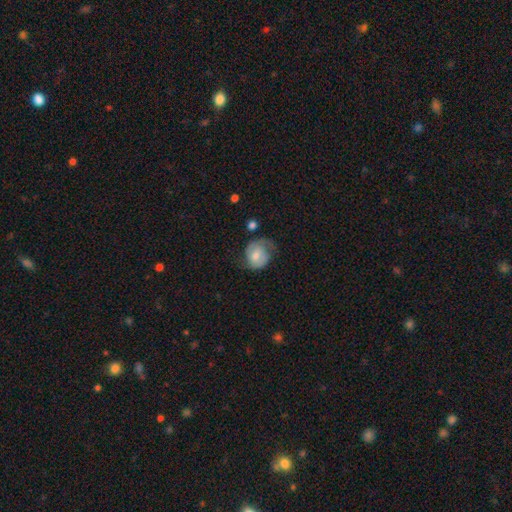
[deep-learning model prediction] Overall: featured or disk (56%; smooth 37%). Edge-on disk: no (97%). Bar: no (58%; weak 35%). Spiral arms: yes (86%). Bulge size: moderate (53%; small 36%). Merging: none (51%; minor disturbance 28%).